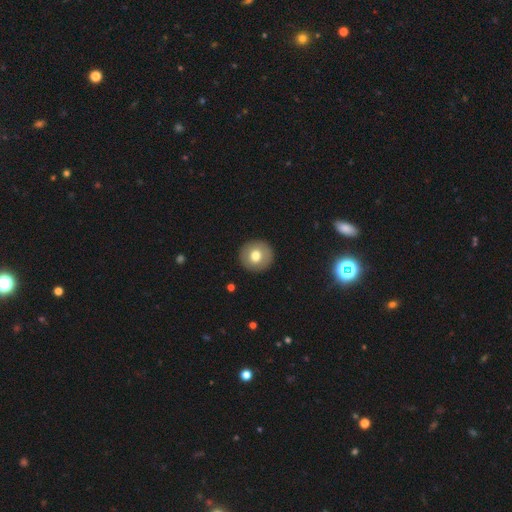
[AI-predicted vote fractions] Q: Smooth or featured?
A: smooth (74%); runner-up: featured or disk (18%)
Q: How rounded?
A: round (94%); runner-up: in between (5%)
Q: Merging?
A: none (92%); runner-up: minor disturbance (5%)